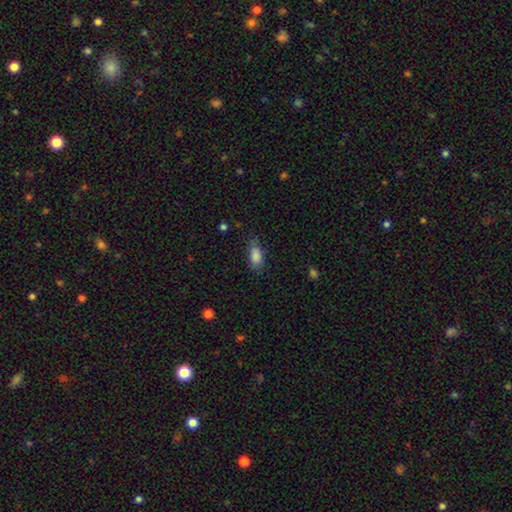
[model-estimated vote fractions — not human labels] Overall: smooth (86%). How rounded: in between (86%). Merging: none (69%).